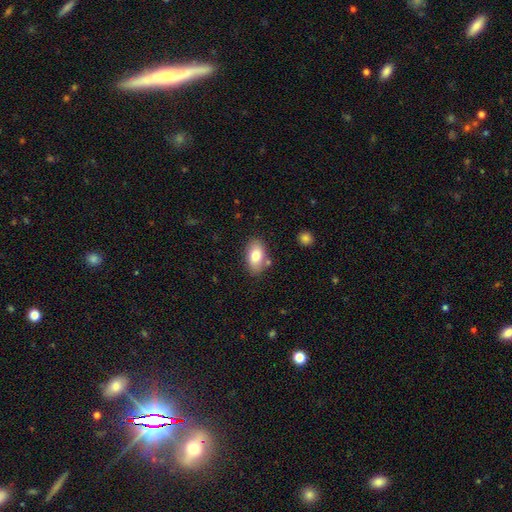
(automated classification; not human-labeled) Smooth or featured? Predicted: smooth (p=0.78). How rounded? Predicted: in between (p=0.92). Merging? Predicted: none (p=0.79).